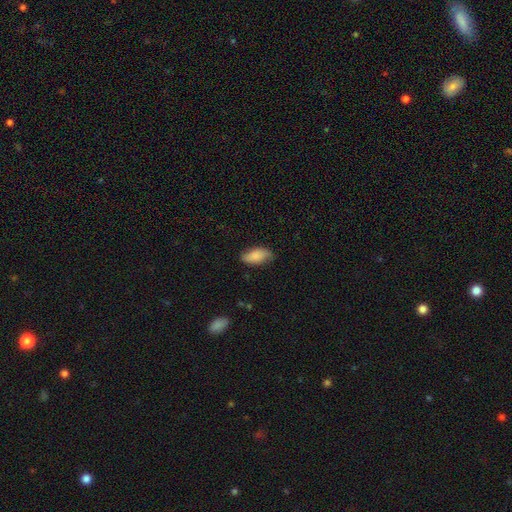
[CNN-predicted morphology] smooth_or_featured: smooth (p=0.77) [alt: featured or disk p=0.16]
how_rounded: in between (p=0.92) [alt: cigar-shaped p=0.05]
merging: none (p=0.73) [alt: minor disturbance p=0.22]